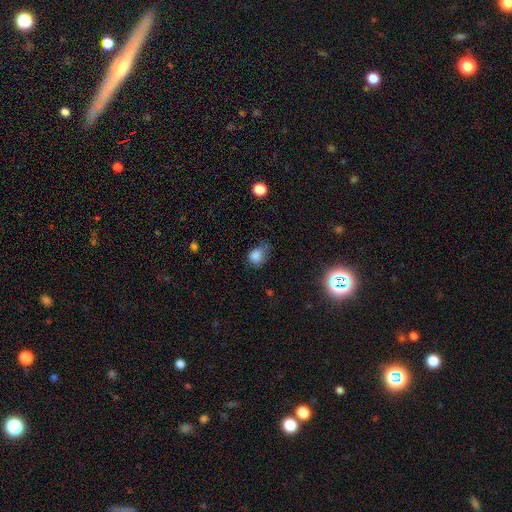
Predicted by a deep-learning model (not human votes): smooth-or-featured: smooth: 81% | star or artifact: 11% | featured or disk: 8%
  how-rounded: in between: 56% | round: 43% | cigar-shaped: 1%
  merging: none: 38% (tied) | minor disturbance: 38% (tied) | major disturbance: 22% | merger: 2%